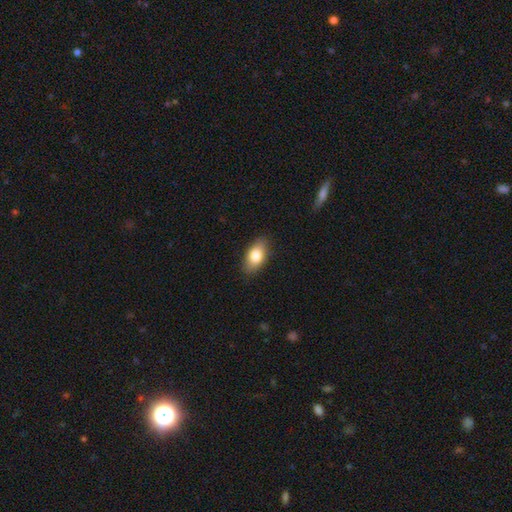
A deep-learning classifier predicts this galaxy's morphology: smooth_or_featured: smooth (p=0.80) [alt: featured or disk p=0.13]
how_rounded: in between (p=0.90) [alt: round p=0.05]
merging: none (p=0.86) [alt: minor disturbance p=0.10]